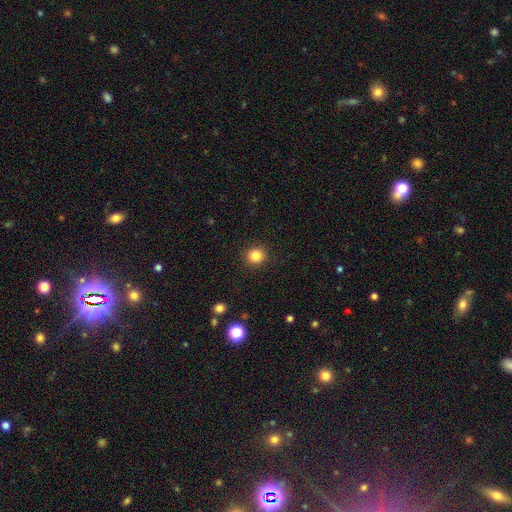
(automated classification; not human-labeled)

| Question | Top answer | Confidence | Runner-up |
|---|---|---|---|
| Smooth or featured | smooth | 84% | star or artifact (11%) |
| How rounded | round | 91% | in between (8%) |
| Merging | none | 91% | minor disturbance (5%) |